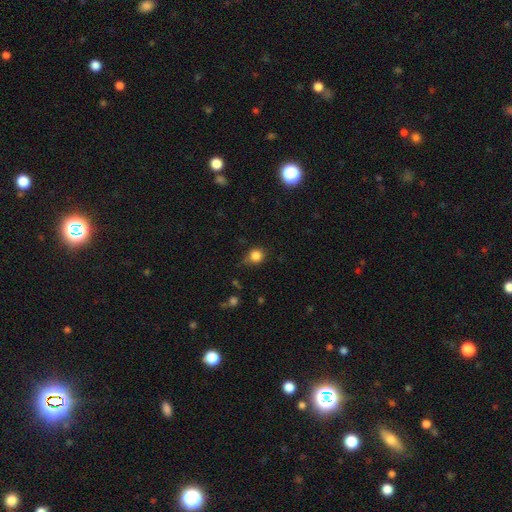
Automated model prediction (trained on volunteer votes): Morphology: type=smooth (84%); roundness=round (84%); merging=none (66%).